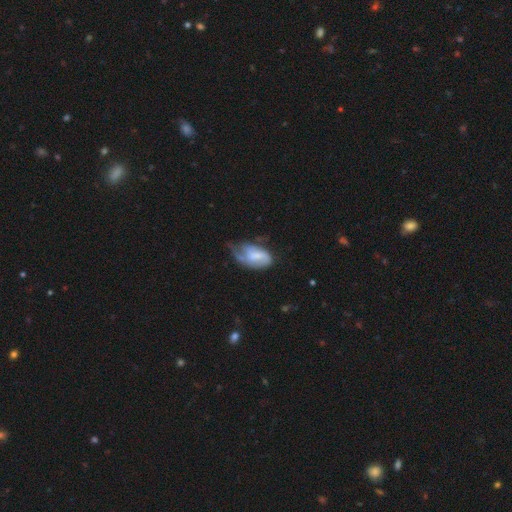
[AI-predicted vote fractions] smooth_or_featured: featured or disk (p=0.49) [alt: smooth p=0.43]
merging: major disturbance (p=0.36) [alt: minor disturbance p=0.34]